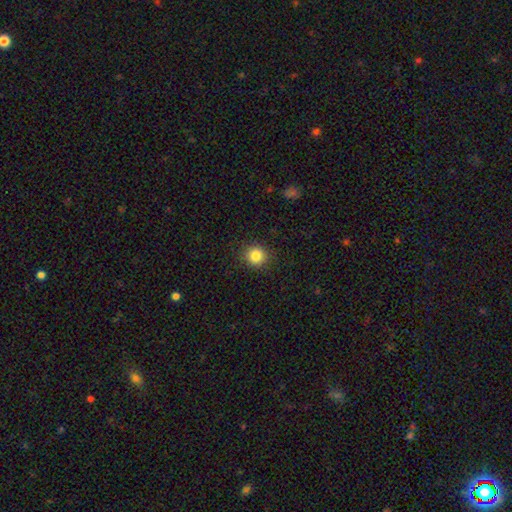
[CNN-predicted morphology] Overall: smooth (84%). How rounded: round (90%). Merging: none (90%).